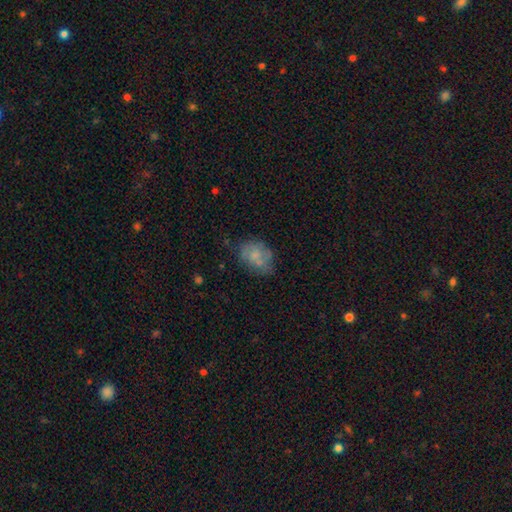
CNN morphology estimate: Q: Smooth or featured?
A: smooth (62%); runner-up: featured or disk (29%)
Q: How rounded?
A: in between (71%); runner-up: round (28%)
Q: Merging?
A: none (50%); runner-up: minor disturbance (27%)